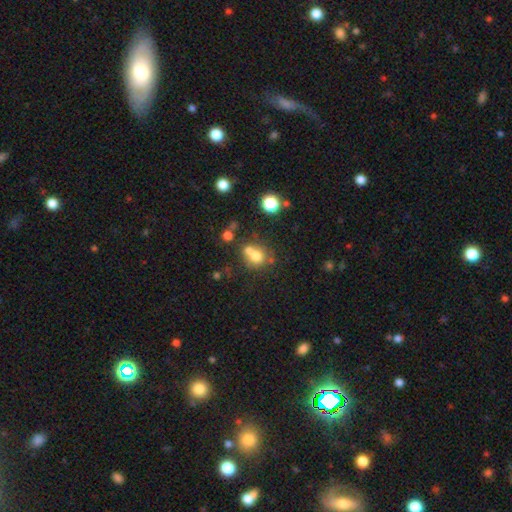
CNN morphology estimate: type=smooth (68%); roundness=round (80%); merging=none (43%, tied with merger).